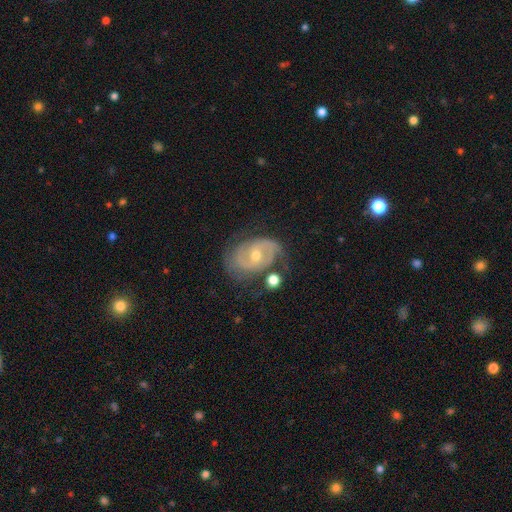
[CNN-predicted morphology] Smooth or featured? featured or disk (83%)
Edge-on disk? no (97%)
Bar? no (51%)
Spiral arms? yes (91%)
Spiral winding? tight (44%)
Spiral arm count? 2 (72%)
Bulge size? moderate (52%)
Merging? none (62%)